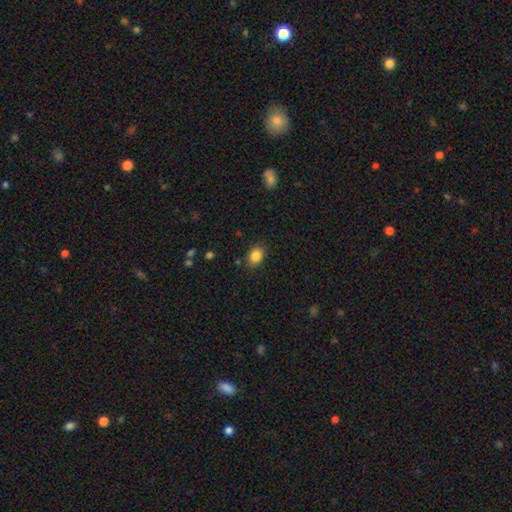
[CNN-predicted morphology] Smooth or featured? Predicted: smooth (p=0.85). How rounded? Predicted: in between (p=0.62). Merging? Predicted: none (p=0.85).